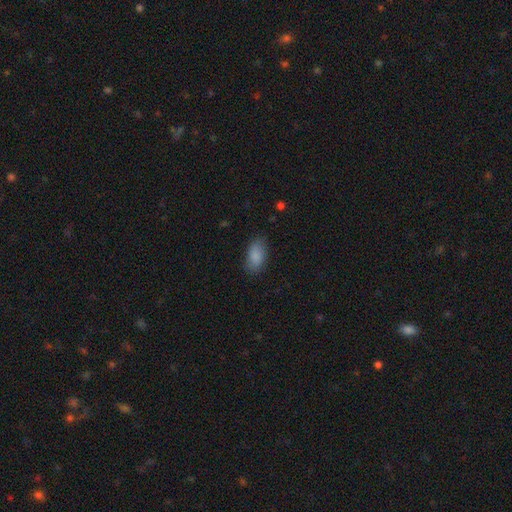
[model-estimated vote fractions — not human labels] Overall: smooth (86%). How rounded: in between (93%). Merging: none (78%).